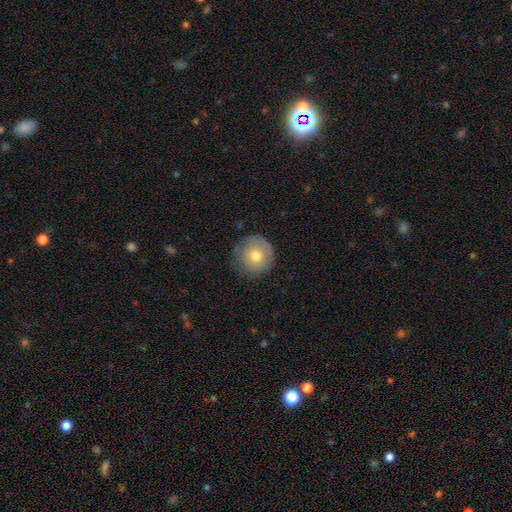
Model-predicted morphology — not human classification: Q: Smooth or featured?
A: smooth (71%); runner-up: featured or disk (21%)
Q: How rounded?
A: round (94%); runner-up: in between (5%)
Q: Merging?
A: none (76%); runner-up: minor disturbance (18%)